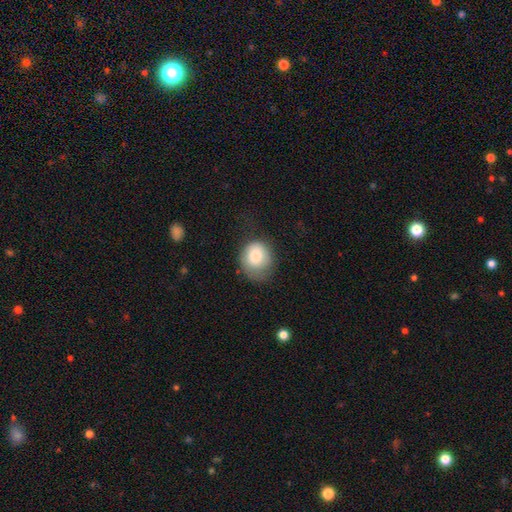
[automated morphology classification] smooth_or_featured: smooth (p=0.79) [alt: featured or disk p=0.14]
how_rounded: round (p=0.74) [alt: in between p=0.25]
merging: none (p=0.49) [alt: minor disturbance p=0.31]